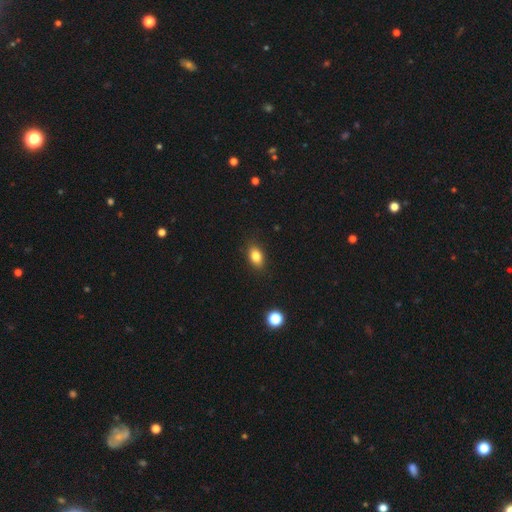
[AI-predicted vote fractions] Q: Smooth or featured?
A: smooth (84%); runner-up: star or artifact (10%)
Q: How rounded?
A: in between (82%); runner-up: round (16%)
Q: Merging?
A: none (87%); runner-up: minor disturbance (10%)